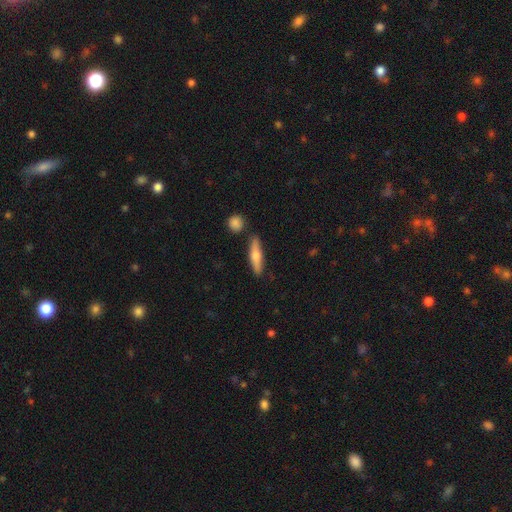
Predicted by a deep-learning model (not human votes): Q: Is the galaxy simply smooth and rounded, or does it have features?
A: smooth — 55%.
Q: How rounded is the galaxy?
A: cigar-shaped — 76%.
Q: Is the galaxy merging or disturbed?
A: none — 83%.